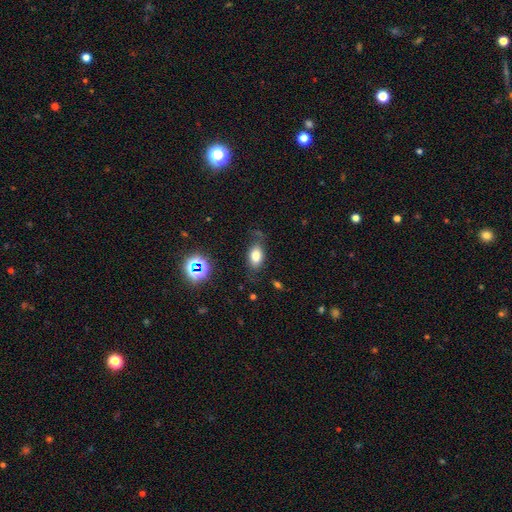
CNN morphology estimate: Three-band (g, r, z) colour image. It shows a smooth galaxy with no disk features (74%) that is in between round and cigar-shaped (88%). Merging: none (69%).